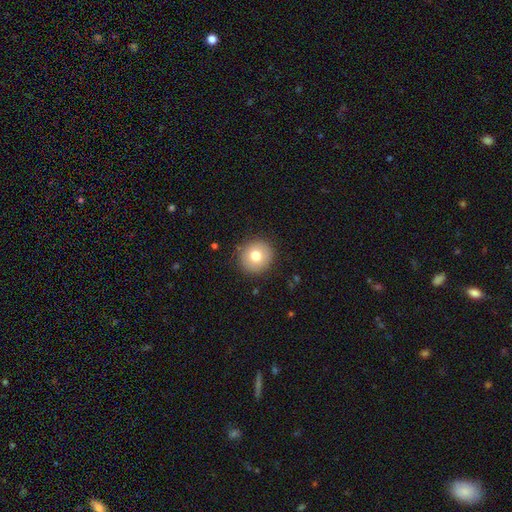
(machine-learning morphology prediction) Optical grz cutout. It shows a smooth galaxy with no disk features (76%) that is round (93%). Merging: none (90%).